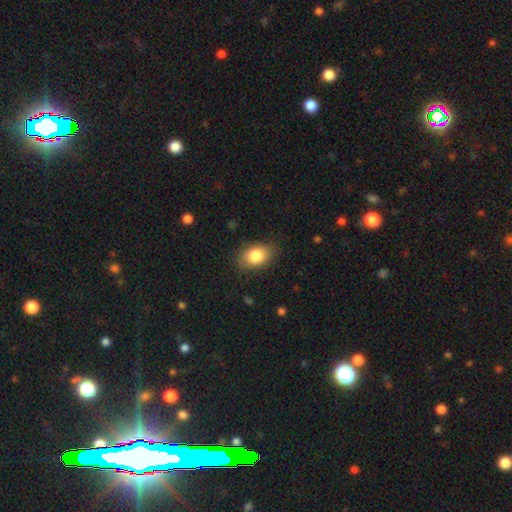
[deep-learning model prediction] Smooth or featured: smooth — 83% (featured or disk — 9%)
How rounded: in between — 81% (round — 18%)
Merging: none — 82% (minor disturbance — 14%)